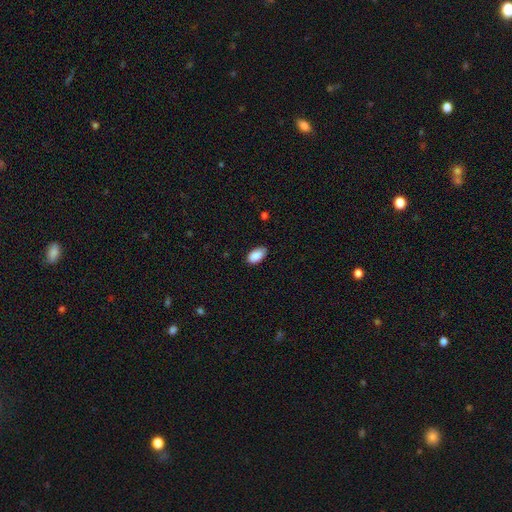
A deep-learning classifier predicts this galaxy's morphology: type=smooth (90%); roundness=in between (94%); merging=none (80%).